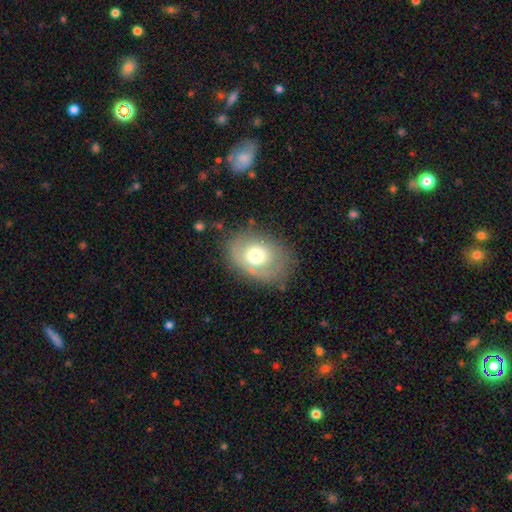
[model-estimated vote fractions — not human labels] Smooth or featured: smooth — 62% (featured or disk — 29%)
How rounded: in between — 70% (round — 29%)
Merging: none — 69% (minor disturbance — 20%)